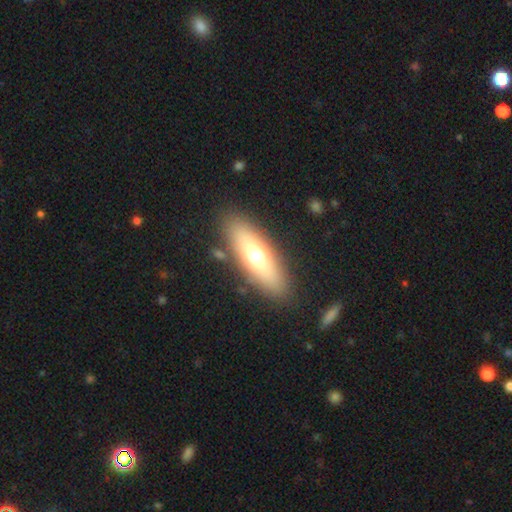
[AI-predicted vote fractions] This is likely a smooth galaxy (62%). How rounded: possibly in between (50%). Merging: clearly none (86%).